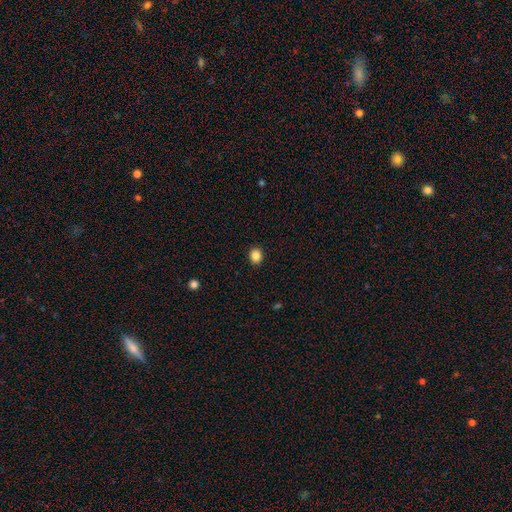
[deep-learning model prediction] A smooth galaxy with no disk features (85%) that is round (66%). Merging: none (91%).